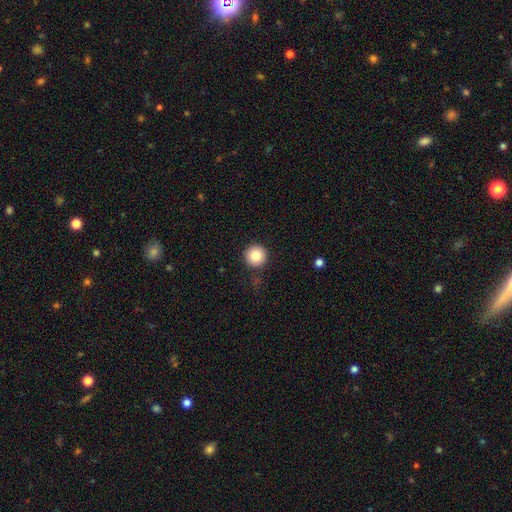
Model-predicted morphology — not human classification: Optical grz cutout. It shows a smooth galaxy with no disk features (83%) that is round (96%). Merging: none (91%).